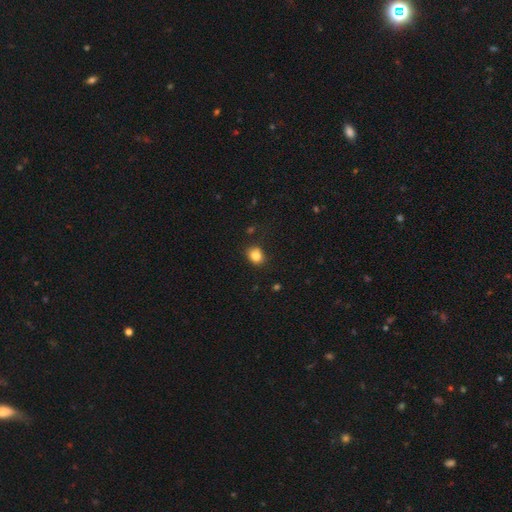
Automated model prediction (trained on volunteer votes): Morphology: type=smooth (84%); roundness=round (58%); merging=none (83%).